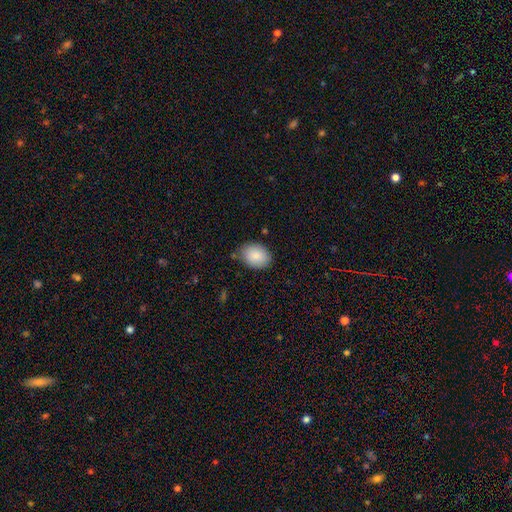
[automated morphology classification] Smooth or featured? smooth (89%)
How rounded? in between (73%)
Merging? none (79%)